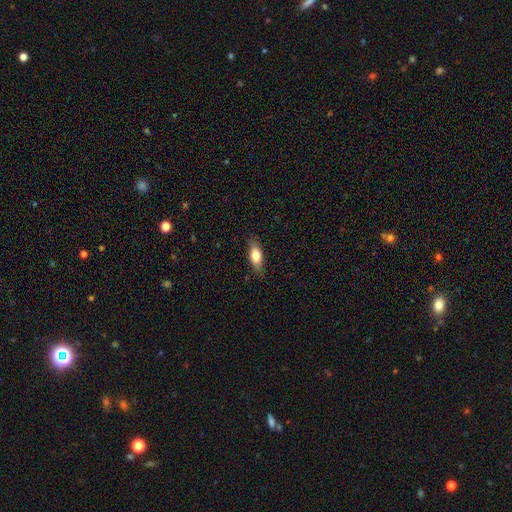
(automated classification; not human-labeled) smooth_or_featured: smooth (p=0.74) [alt: featured or disk p=0.20]
how_rounded: in between (p=0.71) [alt: cigar-shaped p=0.26]
merging: none (p=0.83) [alt: minor disturbance p=0.14]